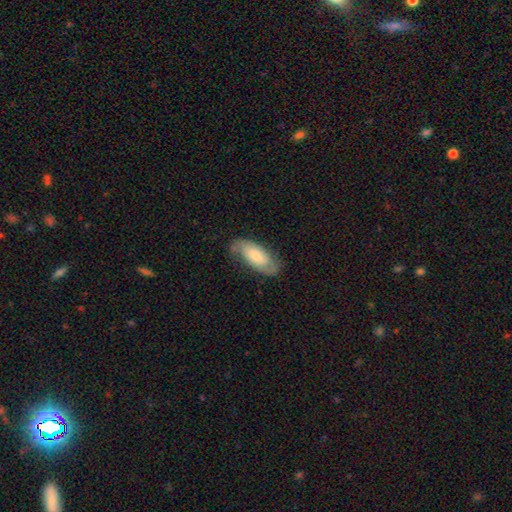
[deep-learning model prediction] Q: Smooth or featured?
A: featured or disk (52%); runner-up: smooth (42%)
Q: Edge-on disk?
A: no (91%); runner-up: yes (9%)
Q: Merging?
A: none (71%); runner-up: minor disturbance (21%)